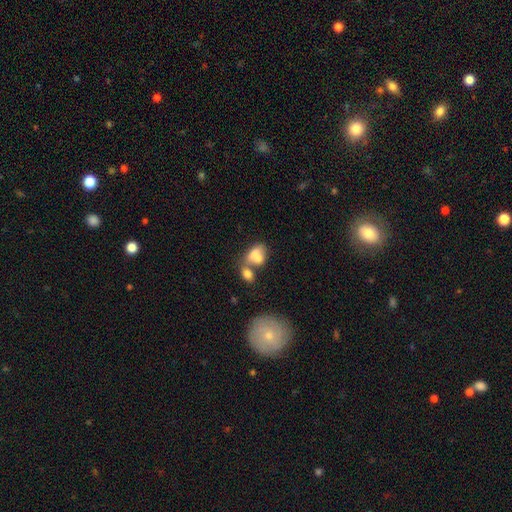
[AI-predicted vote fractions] A smooth galaxy with no disk features (71%) that is in between round and cigar-shaped (78%). Merging: merger (60%).